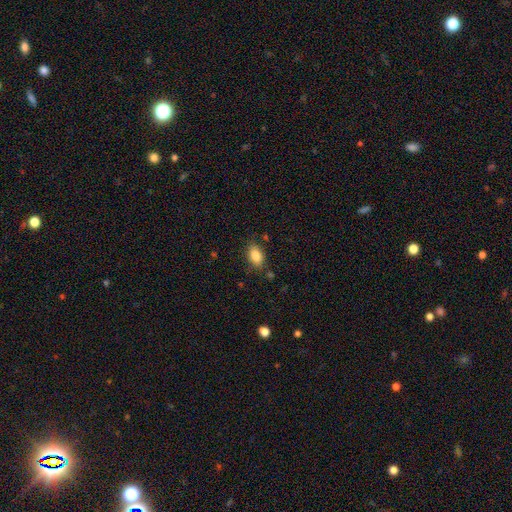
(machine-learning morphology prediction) A smooth galaxy with no disk features (85%) that is in between round and cigar-shaped (88%). Merging: none (80%).